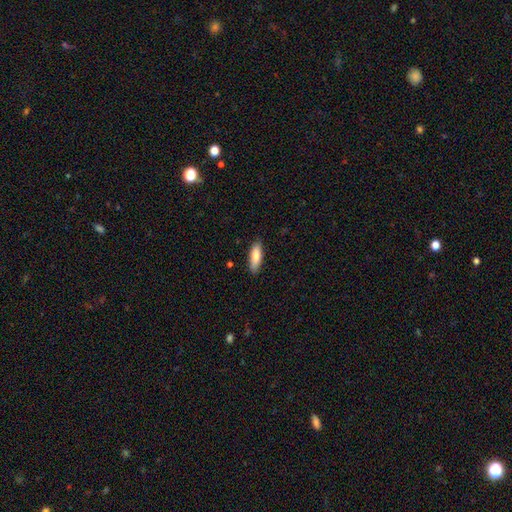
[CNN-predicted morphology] Smooth or featured: smooth — 82% (featured or disk — 12%)
How rounded: in between — 58% (cigar-shaped — 41%)
Merging: none — 86% (minor disturbance — 11%)